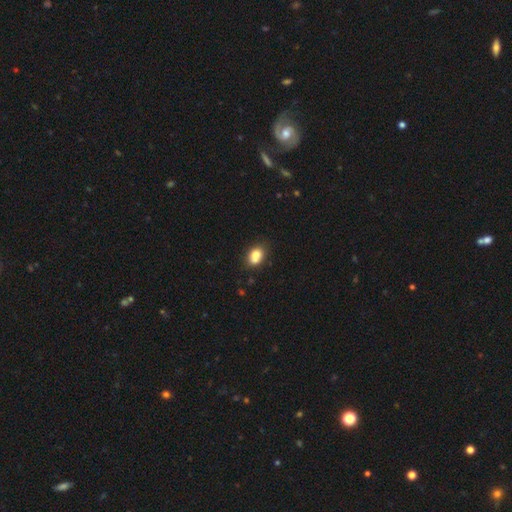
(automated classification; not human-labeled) Smooth or featured?
  - smooth: 79% *
  - featured or disk: 12%
  - star or artifact: 10%
How rounded?
  - in between: 69% *
  - round: 30%
  - cigar-shaped: 1%
Merging?
  - none: 55% *
  - minor disturbance: 20%
  - merger: 20%
  - major disturbance: 5%